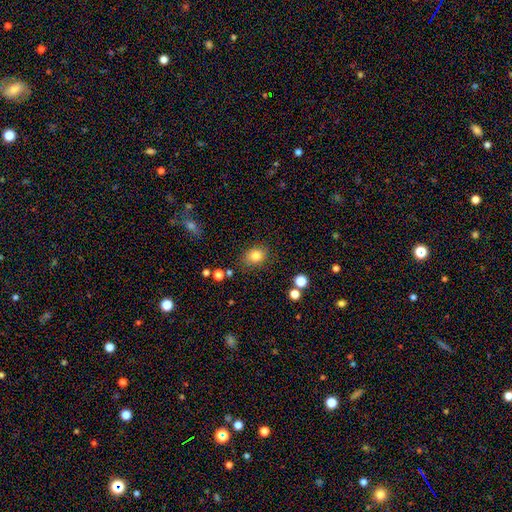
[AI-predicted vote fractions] smooth 82%, star or artifact 11%, featured or disk 8%. Down the decision tree: how rounded — in between (52%); merging — none (80%).